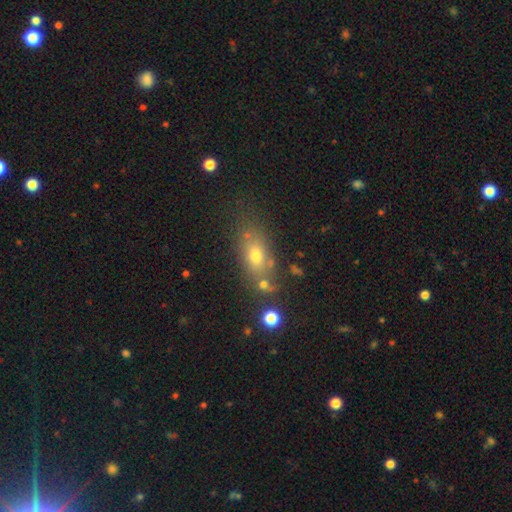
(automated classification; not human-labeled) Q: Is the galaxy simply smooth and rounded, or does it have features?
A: smooth — 67%.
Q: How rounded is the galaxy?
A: in between — 73%.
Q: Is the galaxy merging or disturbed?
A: none — 65%.